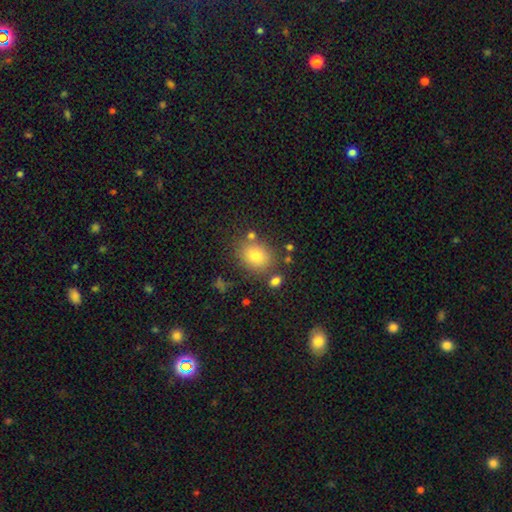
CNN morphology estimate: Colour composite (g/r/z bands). It shows a smooth galaxy with no disk features (79%) that is round (56%). Merging: none (77%).